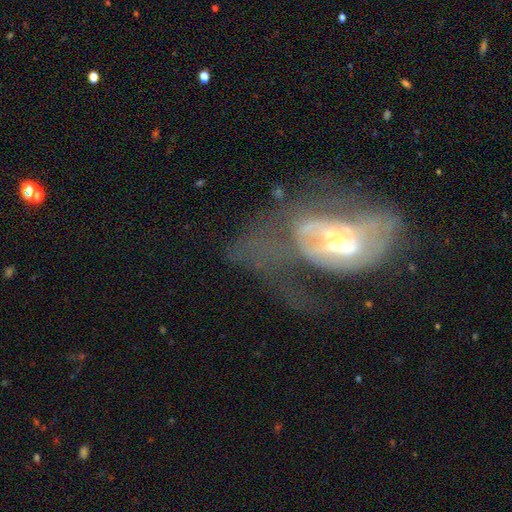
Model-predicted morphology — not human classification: Smooth or featured?
  - featured or disk: 71% *
  - smooth: 18%
  - star or artifact: 11%
Edge-on disk?
  - no: 94% *
  - yes: 6%
Bar?
  - no: 46% *
  - weak: 37%
  - strong: 17%
Spiral arms?
  - yes: 57% *
  - no: 43%
Bulge size?
  - moderate: 60% *
  - small: 24%
  - large: 11%
  - none: 3%
  - dominant: 2%
Merging?
  - major disturbance: 59% *
  - none: 19%
  - minor disturbance: 14%
  - merger: 8%